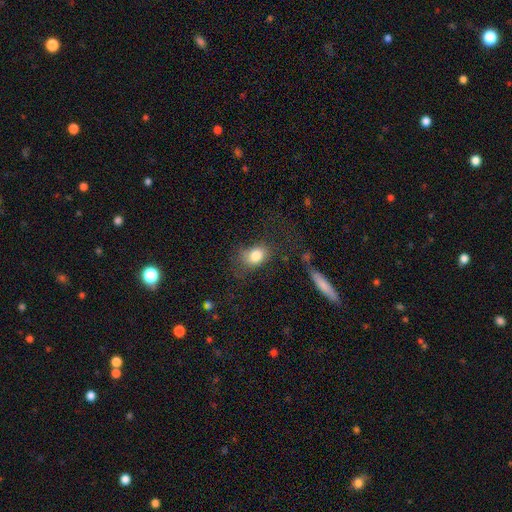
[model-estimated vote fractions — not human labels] smooth 81%, featured or disk 10%, star or artifact 9%. Down the decision tree: how rounded — in between (67%); merging — none (54%).